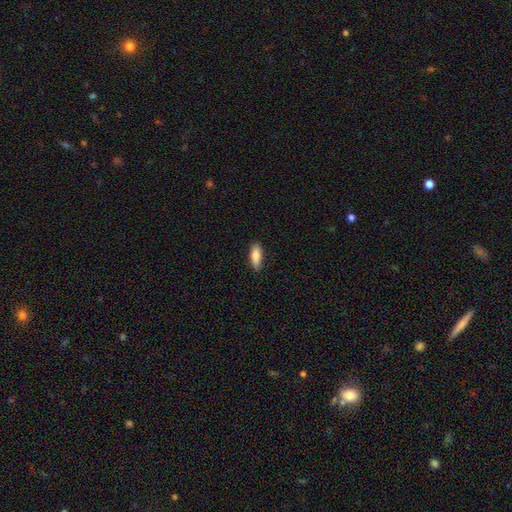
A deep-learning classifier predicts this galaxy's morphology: smooth_or_featured: smooth (p=0.86) [alt: featured or disk p=0.08]
how_rounded: in between (p=0.67) [alt: cigar-shaped p=0.31]
merging: none (p=0.81) [alt: minor disturbance p=0.15]